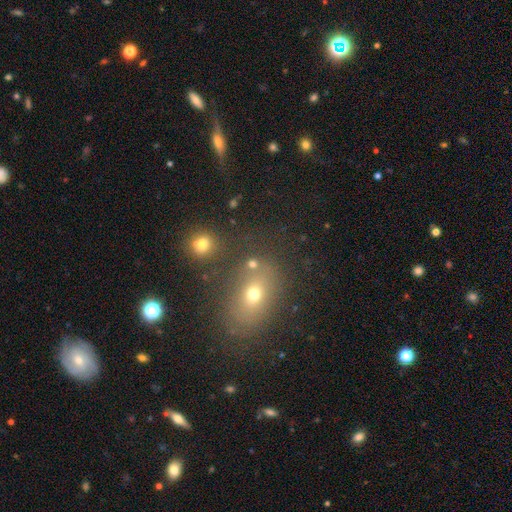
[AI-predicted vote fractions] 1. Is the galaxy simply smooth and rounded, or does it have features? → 54% smooth, 29% star or artifact, 17% featured or disk.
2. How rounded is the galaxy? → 60% in between, 37% round, 3% cigar-shaped.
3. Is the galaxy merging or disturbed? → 68% none, 15% merger, 12% minor disturbance, 5% major disturbance.